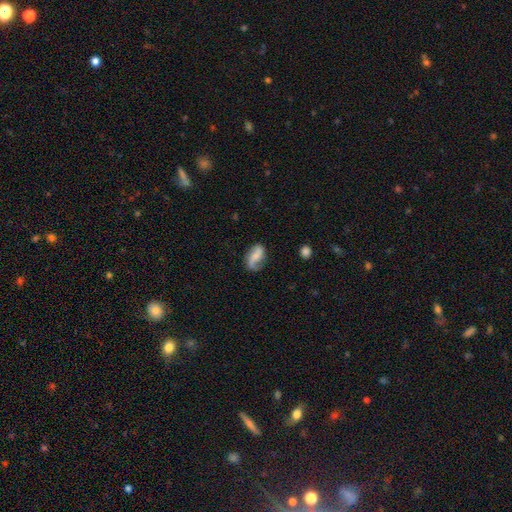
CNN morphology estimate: The model was most divided on "bulge size": small: 37%, none: 30%, moderate: 26%, large: 5%, dominant: 2%. More confident: edge-on disk — no (97%); spiral arms — yes (93%); spiral arm count — 2 (73%); spiral winding — loose (65%); merging — none (63%); smooth or featured — featured or disk (62%); bar — no (50%).